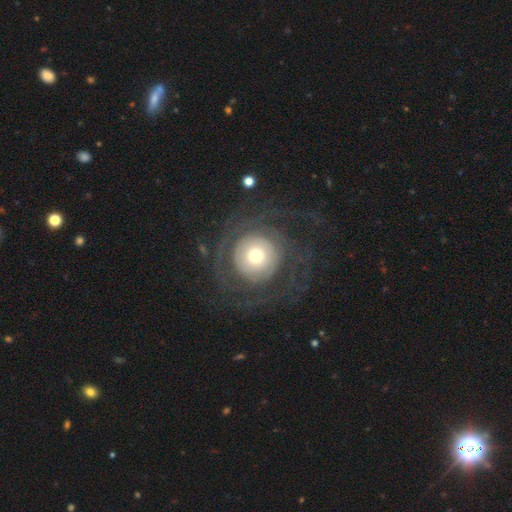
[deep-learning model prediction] smooth-or-featured: featured or disk: 65% | smooth: 27% | star or artifact: 8%
  disk-edge-on: no: 97% | yes: 3%
    bar: no: 86% | weak: 10% | strong: 4%
    has-spiral-arms: yes: 69% | no: 31%
    bulge-size: moderate: 48% | small: 24% | large: 21% | dominant: 6% | none: 1%
  merging: none: 68% | major disturbance: 20% | minor disturbance: 11% | merger: 2%